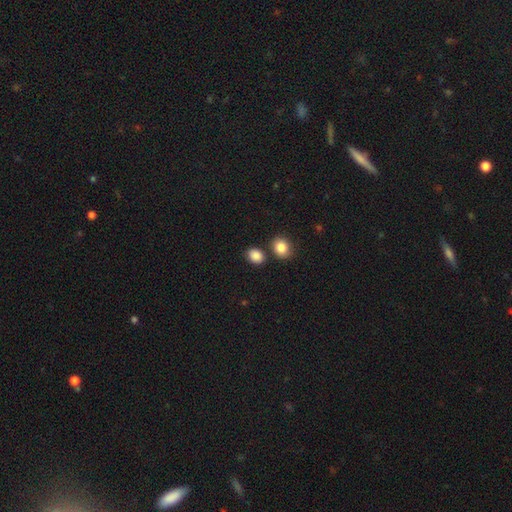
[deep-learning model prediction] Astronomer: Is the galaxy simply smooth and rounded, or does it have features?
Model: smooth — 87%.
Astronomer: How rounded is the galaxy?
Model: in between — 53% (runner-up: round, 46%).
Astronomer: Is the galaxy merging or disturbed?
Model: none — 74%.